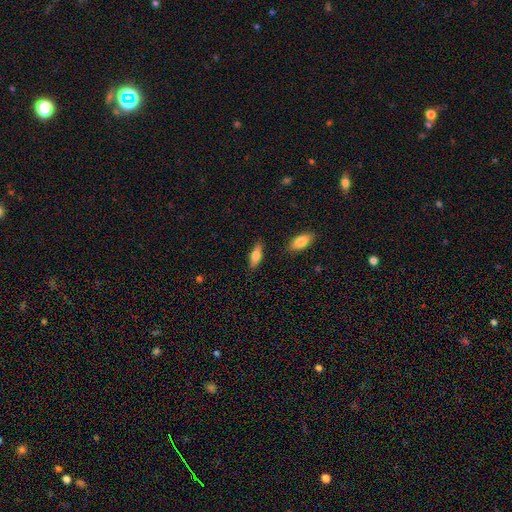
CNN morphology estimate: Overall: smooth (75%). How rounded: in between (71%). Merging: none (83%).